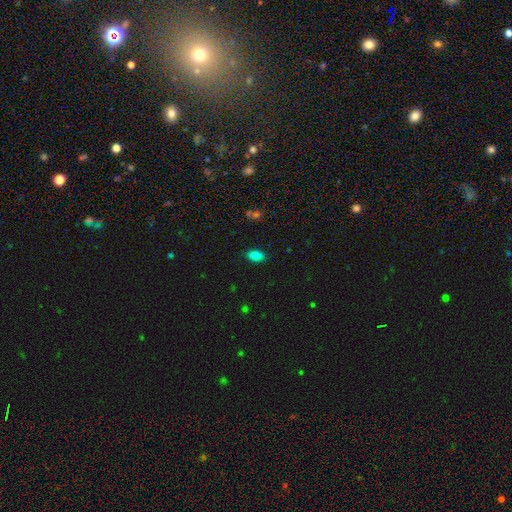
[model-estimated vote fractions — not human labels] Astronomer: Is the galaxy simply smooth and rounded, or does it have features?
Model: smooth — 83%.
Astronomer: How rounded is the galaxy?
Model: in between — 88%.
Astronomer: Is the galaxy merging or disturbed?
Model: none — 87%.